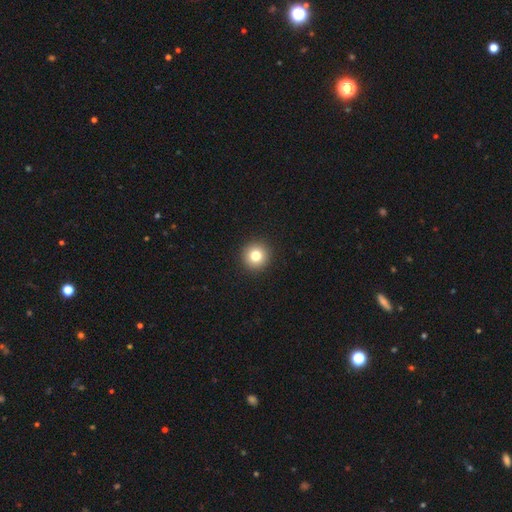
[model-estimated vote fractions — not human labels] This appears to be a smooth galaxy with no disk features (79%) that is round (95%). Merging: none (94%).